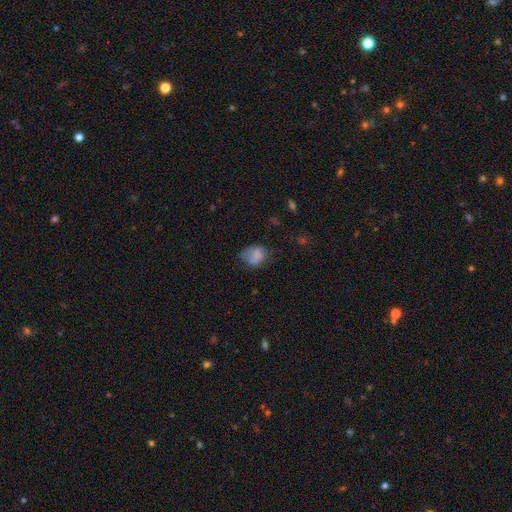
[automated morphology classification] Smooth or featured? Predicted: smooth (p=0.71). How rounded? Predicted: in between (p=0.60). Merging? Predicted: none (p=0.40).